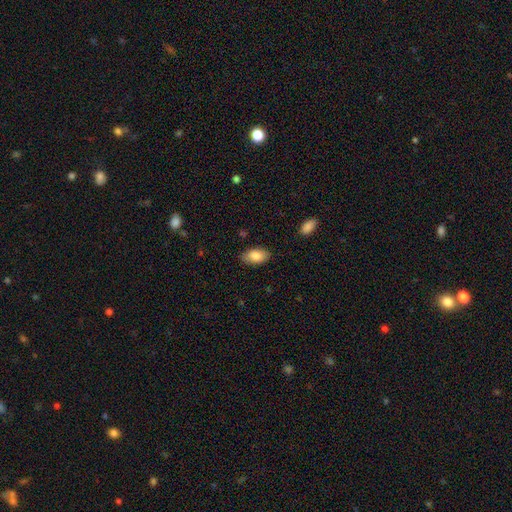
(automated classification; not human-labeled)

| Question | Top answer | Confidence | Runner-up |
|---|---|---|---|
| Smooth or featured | smooth | 85% | featured or disk (9%) |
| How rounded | in between | 94% | round (4%) |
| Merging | none | 85% | minor disturbance (11%) |